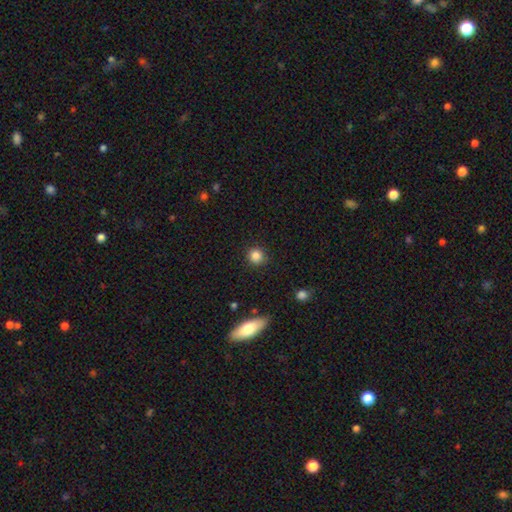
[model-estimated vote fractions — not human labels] Smooth or featured: smooth — 86% (star or artifact — 10%)
How rounded: round — 90% (in between — 9%)
Merging: none — 88% (minor disturbance — 8%)